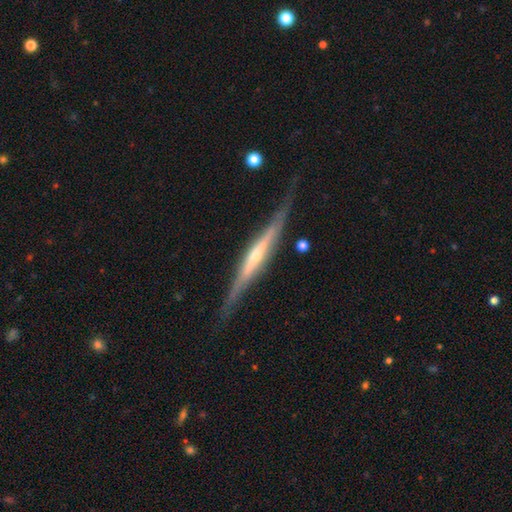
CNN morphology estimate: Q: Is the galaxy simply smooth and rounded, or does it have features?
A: featured or disk — 80%.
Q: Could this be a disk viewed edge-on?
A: yes — 96%.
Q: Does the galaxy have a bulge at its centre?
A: rounded — 63%.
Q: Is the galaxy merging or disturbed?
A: none — 79%.